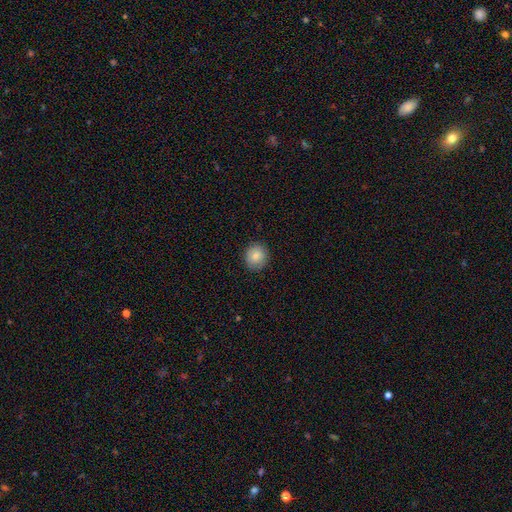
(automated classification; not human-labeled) Q: Smooth or featured?
A: smooth (84%); runner-up: star or artifact (8%)
Q: How rounded?
A: round (85%); runner-up: in between (14%)
Q: Merging?
A: none (88%); runner-up: minor disturbance (9%)